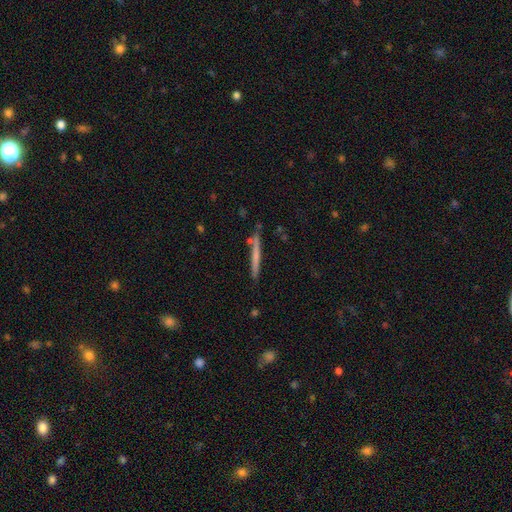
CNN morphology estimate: smooth 53%, featured or disk 41%, star or artifact 6%. Down the decision tree: how rounded — cigar-shaped (96%); merging — none (84%).